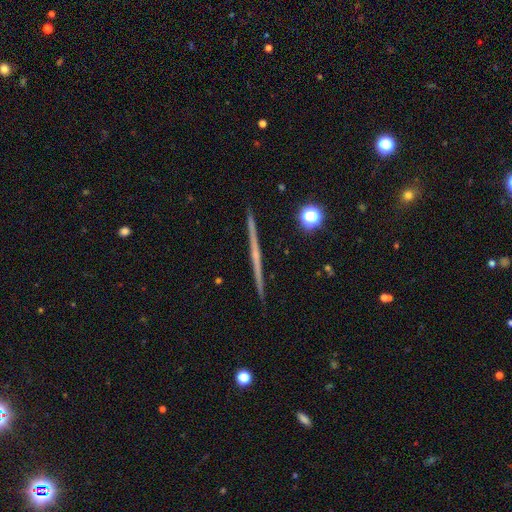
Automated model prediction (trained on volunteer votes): Q: Smooth or featured?
A: featured or disk (73%); runner-up: smooth (20%)
Q: Edge-on disk?
A: yes (98%); runner-up: no (2%)
Q: Edge-on bulge?
A: none (70%); runner-up: rounded (25%)
Q: Merging?
A: none (93%); runner-up: minor disturbance (4%)